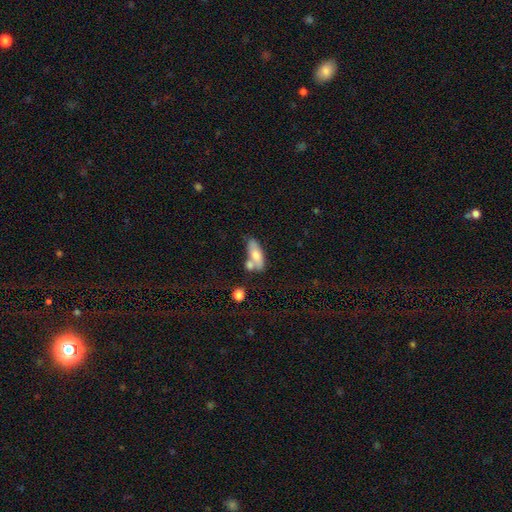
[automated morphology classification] smooth 67%, featured or disk 26%, star or artifact 7%. Down the decision tree: how rounded — in between (75%); merging — none (41%).